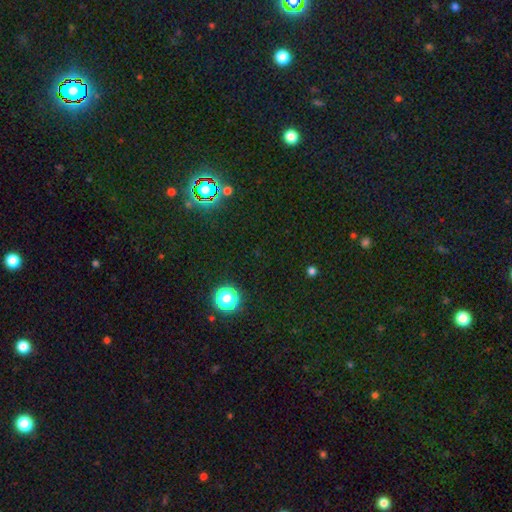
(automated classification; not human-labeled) Smooth or featured? Predicted: star or artifact (p=0.75).